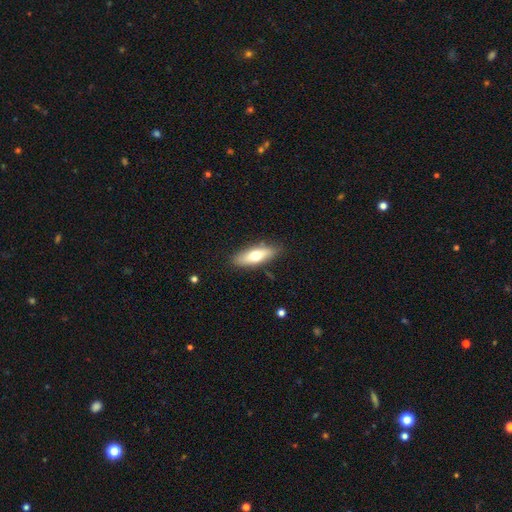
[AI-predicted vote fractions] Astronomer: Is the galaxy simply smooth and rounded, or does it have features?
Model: smooth — 62%.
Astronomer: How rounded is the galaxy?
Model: in between — 60% (runner-up: cigar-shaped, 38%).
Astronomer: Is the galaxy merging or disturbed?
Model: none — 84%.